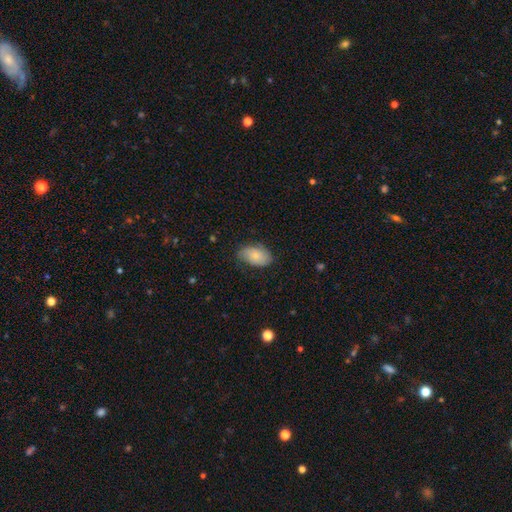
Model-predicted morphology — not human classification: smooth 72%, featured or disk 21%, star or artifact 6%. Down the decision tree: how rounded — in between (92%); merging — none (70%).